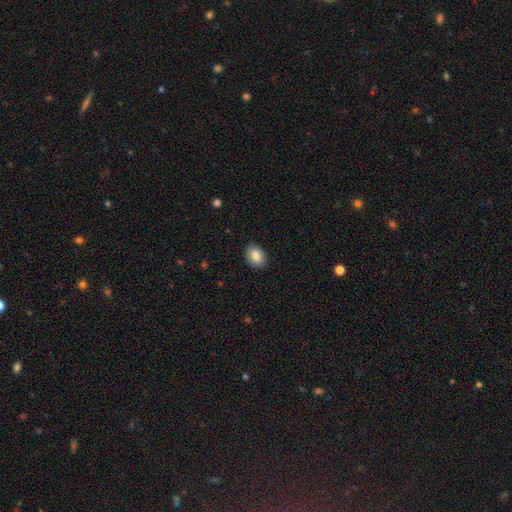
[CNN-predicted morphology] Smooth or featured?
  - smooth: 82% *
  - featured or disk: 10%
  - star or artifact: 7%
How rounded?
  - in between: 75% *
  - round: 24%
  - cigar-shaped: 1%
Merging?
  - none: 88% *
  - minor disturbance: 9%
  - major disturbance: 2%
  - merger: 1%